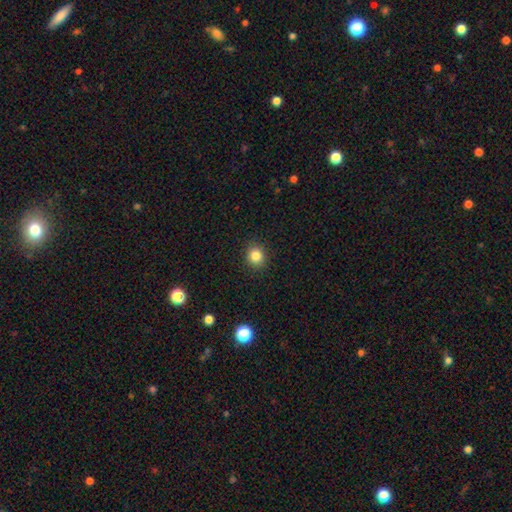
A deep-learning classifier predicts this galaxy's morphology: smooth 84%, star or artifact 11%, featured or disk 5%. Down the decision tree: how rounded — round (81%); merging — none (91%).